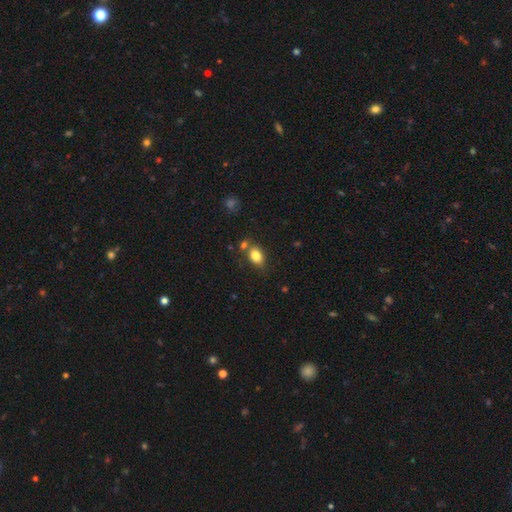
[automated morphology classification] smooth-or-featured: smooth: 82% | star or artifact: 10% | featured or disk: 9%
  how-rounded: in between: 76% | round: 23% | cigar-shaped: 2%
  merging: none: 67% | minor disturbance: 14% | merger: 14% | major disturbance: 4%